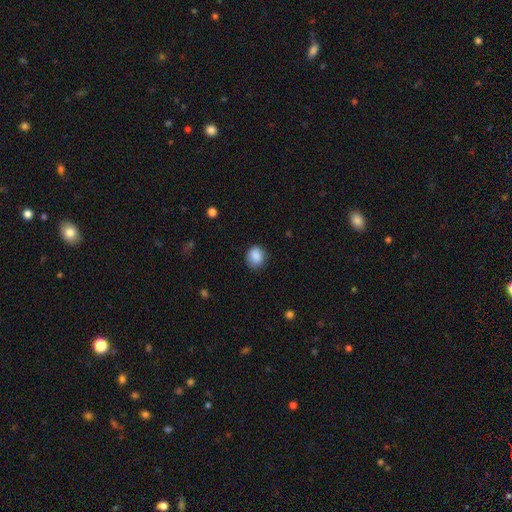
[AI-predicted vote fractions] Overall: smooth (87%). How rounded: round (73%). Merging: none (82%).